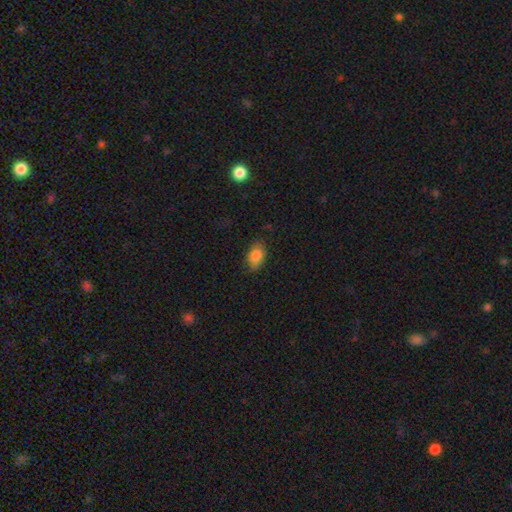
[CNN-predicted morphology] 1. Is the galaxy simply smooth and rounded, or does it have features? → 84% smooth, 8% featured or disk, 8% star or artifact.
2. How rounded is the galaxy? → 88% in between, 10% round, 2% cigar-shaped.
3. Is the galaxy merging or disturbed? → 76% none, 18% minor disturbance, 4% major disturbance, 1% merger.